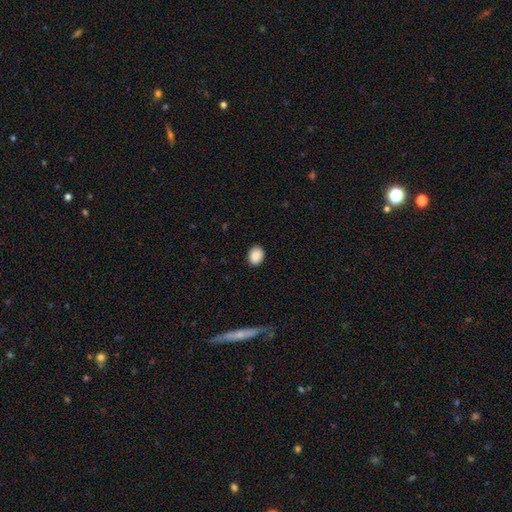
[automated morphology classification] Smooth or featured? smooth (90%)
How rounded? in between (55%)
Merging? none (89%)